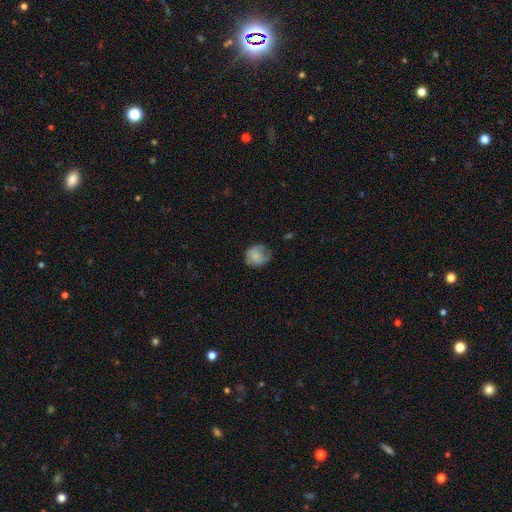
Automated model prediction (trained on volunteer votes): Q: Smooth or featured?
A: smooth (75%); runner-up: featured or disk (17%)
Q: How rounded?
A: round (73%); runner-up: in between (26%)
Q: Merging?
A: none (52%); runner-up: minor disturbance (32%)